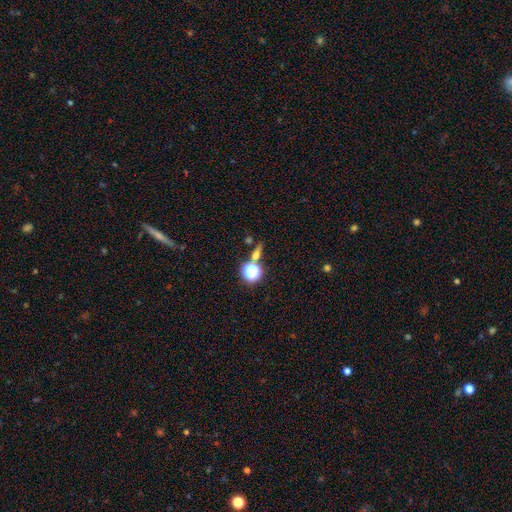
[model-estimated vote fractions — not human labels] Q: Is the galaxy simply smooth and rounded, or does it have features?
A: smooth — 48%.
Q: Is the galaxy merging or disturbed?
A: none — 70%.